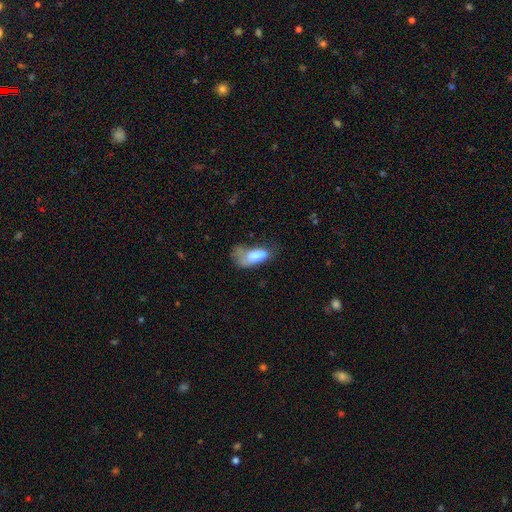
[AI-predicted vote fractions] A smooth galaxy with no disk features (72%) that is in between round and cigar-shaped (83%). Merging: major disturbance (41%).